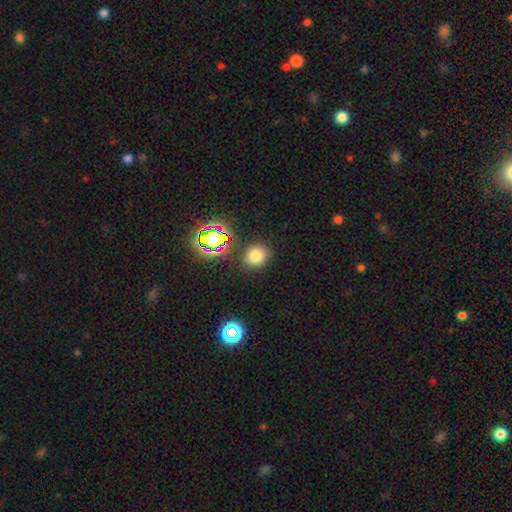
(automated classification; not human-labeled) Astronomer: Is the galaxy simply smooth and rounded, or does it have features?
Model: smooth — 73%.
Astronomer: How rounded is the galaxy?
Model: round — 72%.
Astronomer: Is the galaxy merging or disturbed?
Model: none — 85%.